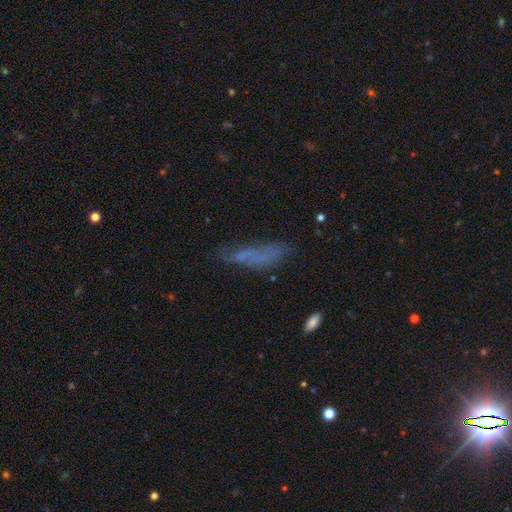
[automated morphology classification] Smooth or featured? smooth (57%)
How rounded? cigar-shaped (71%)
Merging? none (53%)